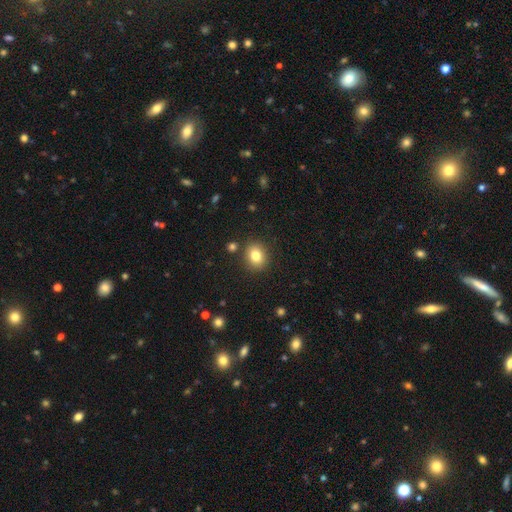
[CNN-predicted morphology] type=smooth (81%); roundness=round (64%); merging=none (85%).